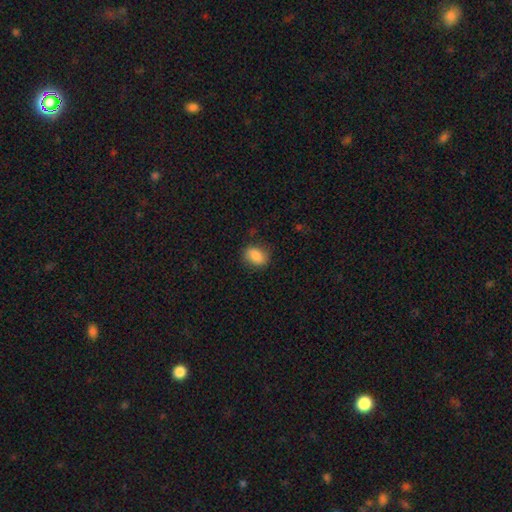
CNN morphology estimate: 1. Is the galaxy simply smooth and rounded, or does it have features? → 86% smooth, 8% star or artifact, 6% featured or disk.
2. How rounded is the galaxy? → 68% in between, 31% round, 1% cigar-shaped.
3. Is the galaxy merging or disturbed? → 79% none, 16% minor disturbance, 4% major disturbance, 1% merger.